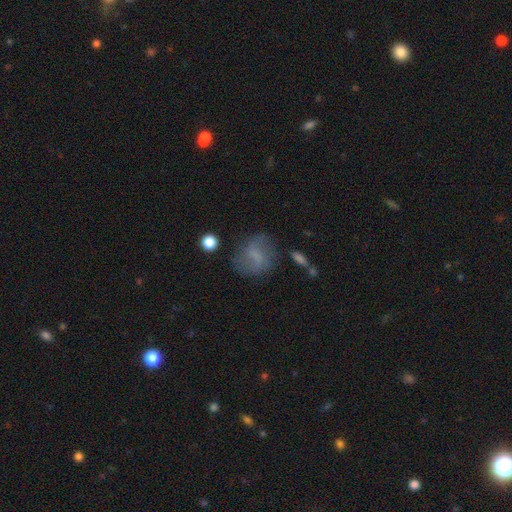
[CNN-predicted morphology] Smooth or featured? Predicted: smooth (p=0.47). Merging? Predicted: none (p=0.64).